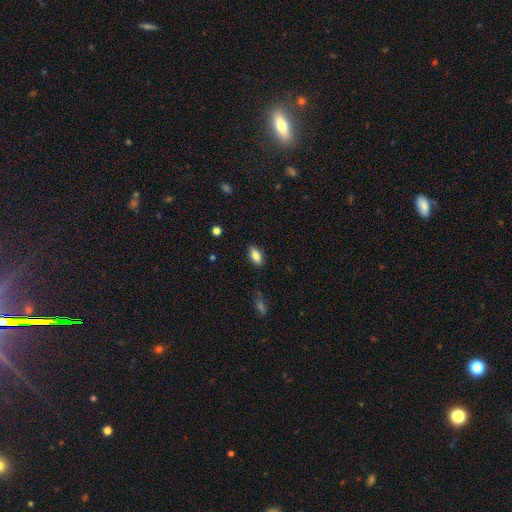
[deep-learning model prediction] Morphology: type=smooth (86%); roundness=in between (88%); merging=none (85%).